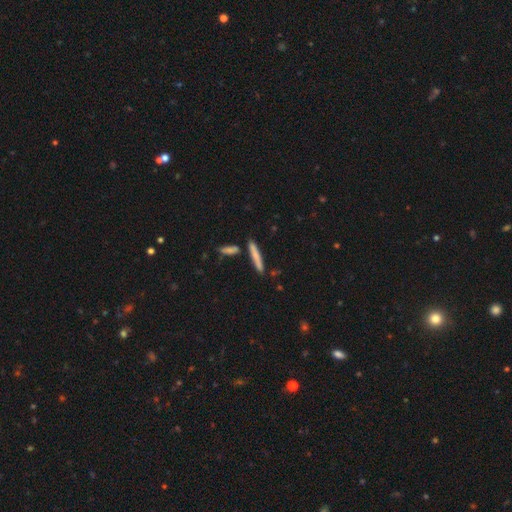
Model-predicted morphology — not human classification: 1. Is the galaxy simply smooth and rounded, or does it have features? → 72% smooth, 21% featured or disk, 6% star or artifact.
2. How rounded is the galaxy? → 93% cigar-shaped, 6% in between, 2% round.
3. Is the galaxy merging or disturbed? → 80% none, 10% minor disturbance, 8% merger, 2% major disturbance.